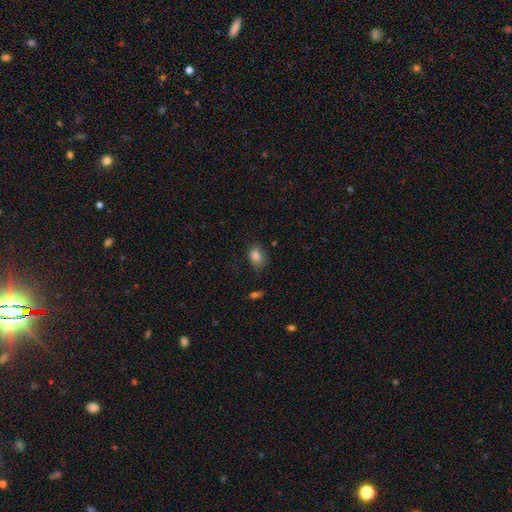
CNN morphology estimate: Smooth or featured? smooth (84%)
How rounded? in between (75%)
Merging? none (72%)